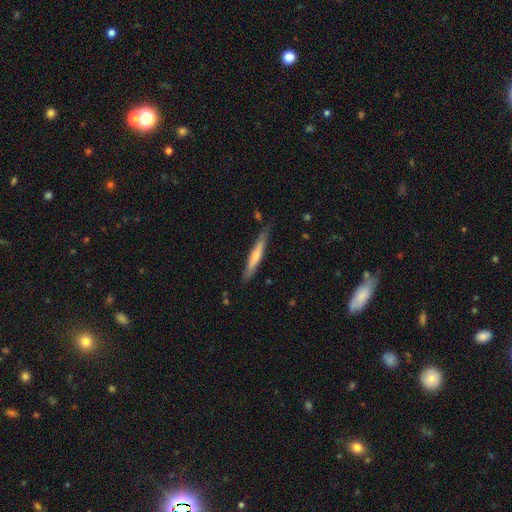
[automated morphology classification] Smooth or featured?
  - smooth: 51% *
  - featured or disk: 44%
  - star or artifact: 5%
How rounded?
  - cigar-shaped: 93% *
  - in between: 6%
  - round: 1%
Merging?
  - none: 78% *
  - minor disturbance: 17%
  - major disturbance: 3%
  - merger: 2%